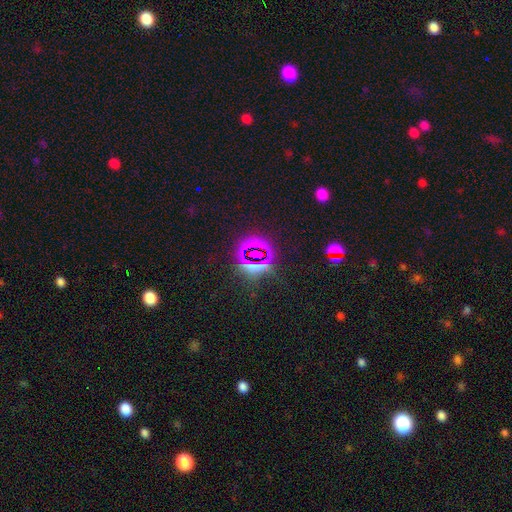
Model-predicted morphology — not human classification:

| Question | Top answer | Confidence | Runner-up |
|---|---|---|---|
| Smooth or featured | star or artifact | 77% | smooth (13%) |